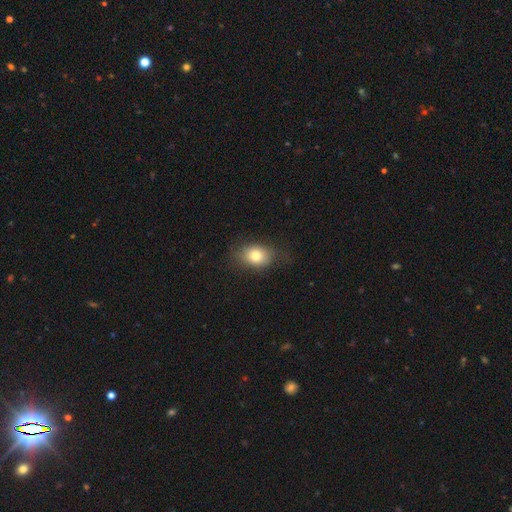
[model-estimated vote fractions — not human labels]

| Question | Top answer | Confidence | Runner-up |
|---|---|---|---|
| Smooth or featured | smooth | 78% | featured or disk (11%) |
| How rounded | in between | 66% | round (33%) |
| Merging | none | 73% | minor disturbance (19%) |